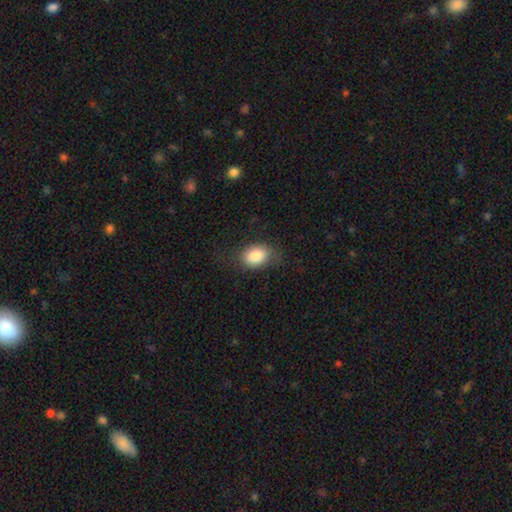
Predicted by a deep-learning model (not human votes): Smooth or featured: smooth — 84% (featured or disk — 8%)
How rounded: in between — 75% (round — 24%)
Merging: none — 73% (minor disturbance — 18%)